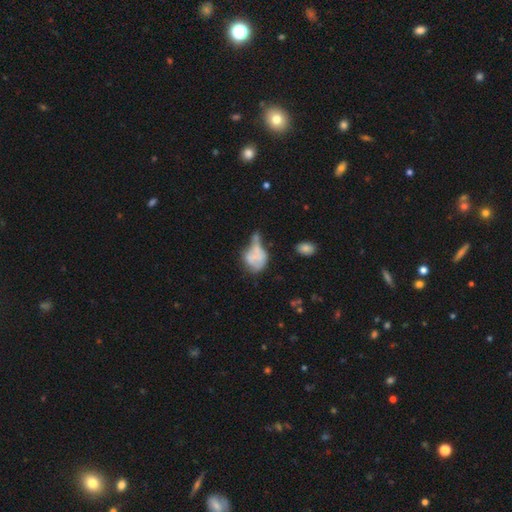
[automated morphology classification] Overall: smooth (56%; featured or disk 34%). How rounded: in between (57%; round 40%). Merging: major disturbance (32%; minor disturbance 24%).